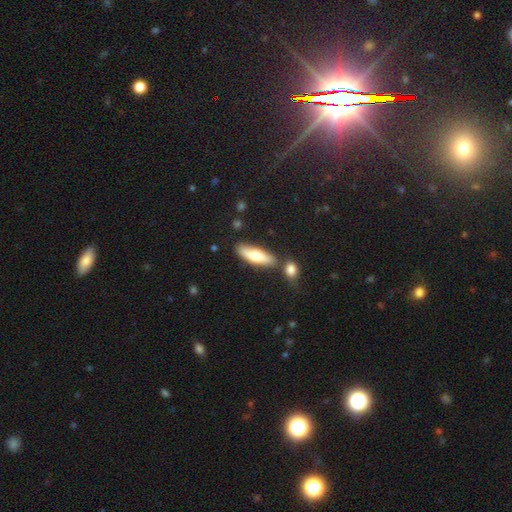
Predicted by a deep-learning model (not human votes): A smooth galaxy with no disk features (69%) that is cigar-shaped (53%). Merging: none (69%).